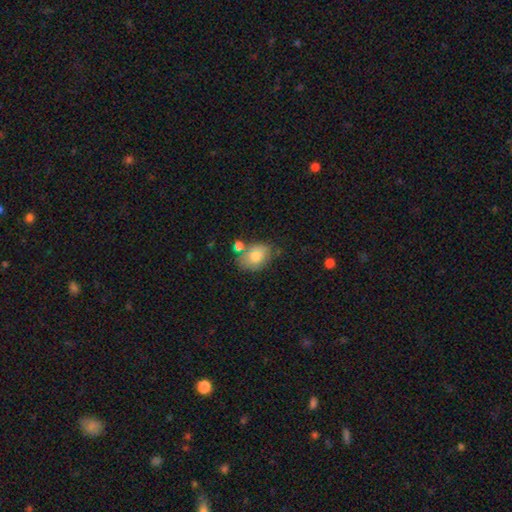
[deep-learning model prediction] Morphology: type=smooth (77%); roundness=in between (79%); merging=none (64%).